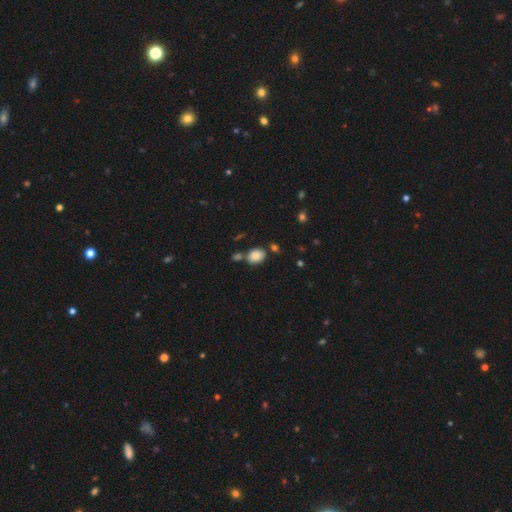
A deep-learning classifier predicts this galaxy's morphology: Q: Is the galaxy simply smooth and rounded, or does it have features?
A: smooth — 85%.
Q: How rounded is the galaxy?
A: in between — 63%.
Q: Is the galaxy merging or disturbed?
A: none — 63%.